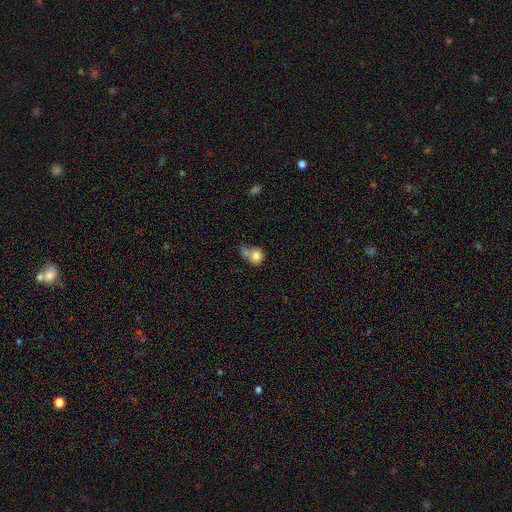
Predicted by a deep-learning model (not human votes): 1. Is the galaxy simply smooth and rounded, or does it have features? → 79% smooth, 12% featured or disk, 9% star or artifact.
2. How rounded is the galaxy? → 70% round, 28% in between, 1% cigar-shaped.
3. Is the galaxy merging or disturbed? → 38% merger, 27% none, 18% major disturbance, 18% minor disturbance.